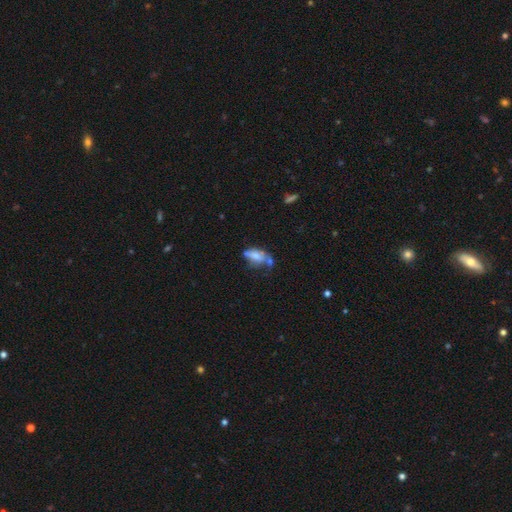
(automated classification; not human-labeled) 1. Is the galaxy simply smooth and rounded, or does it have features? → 62% smooth, 28% featured or disk, 10% star or artifact.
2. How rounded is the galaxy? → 85% in between, 9% cigar-shaped, 5% round.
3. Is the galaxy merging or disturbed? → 29% none, 28% merger, 25% minor disturbance, 18% major disturbance.